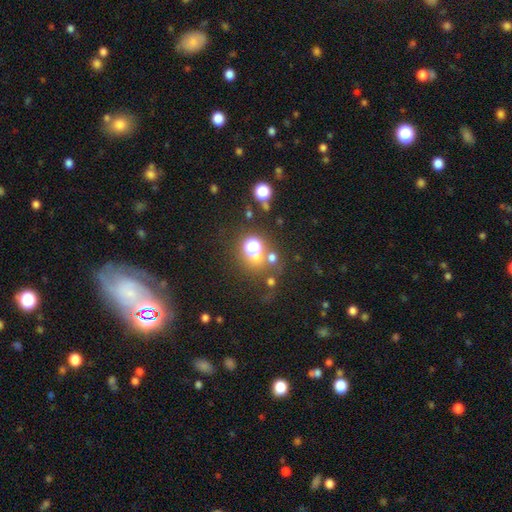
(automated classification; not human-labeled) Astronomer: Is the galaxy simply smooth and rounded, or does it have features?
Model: smooth — 45% (runner-up: star or artifact, 43%).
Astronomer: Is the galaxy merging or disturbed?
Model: none — 58%.